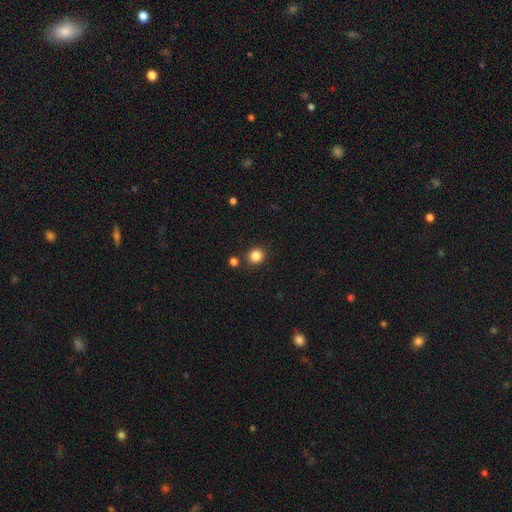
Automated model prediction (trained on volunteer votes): smooth-or-featured: smooth: 85% | star or artifact: 11% | featured or disk: 4%
  how-rounded: round: 86% | in between: 13% | cigar-shaped: 1%
  merging: none: 86% | minor disturbance: 7% | merger: 5% | major disturbance: 2%